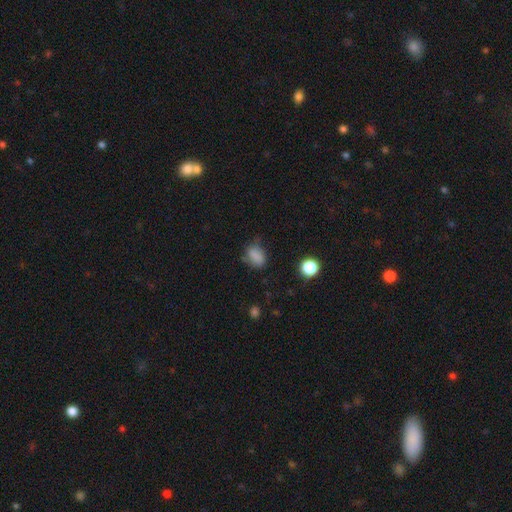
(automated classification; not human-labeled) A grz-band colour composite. It shows a smooth galaxy with no disk features (79%) that is in between round and cigar-shaped (73%). Merging: none (55%).